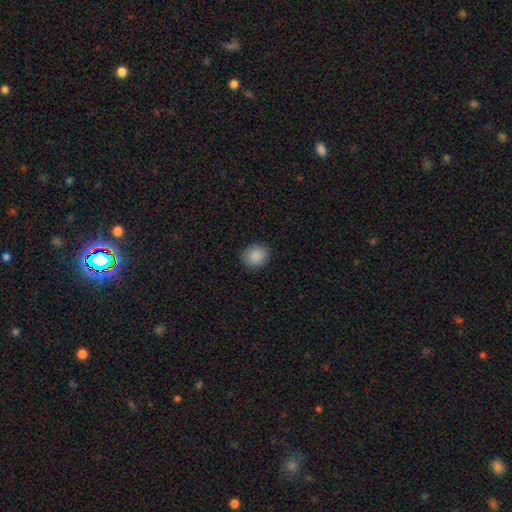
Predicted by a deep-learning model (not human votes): smooth-or-featured: smooth: 89% | star or artifact: 8% | featured or disk: 3%
  how-rounded: round: 75% | in between: 24% | cigar-shaped: 1%
  merging: none: 89% | minor disturbance: 8% | major disturbance: 2% | merger: 1%